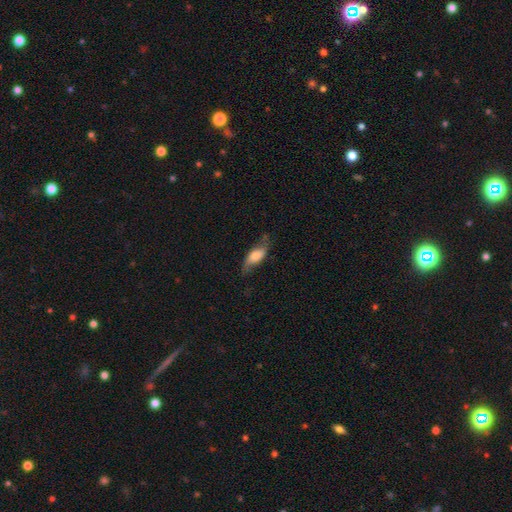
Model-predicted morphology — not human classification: A smooth galaxy with no disk features (62%) that is in between round and cigar-shaped (78%). Merging: none (57%).